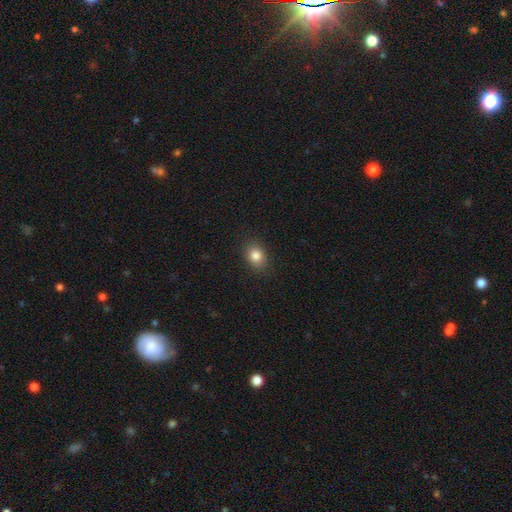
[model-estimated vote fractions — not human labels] The model was most divided on "how rounded": in between: 61%, round: 38%, cigar-shaped: 1%. More confident: merging — none (88%); smooth or featured — smooth (83%).